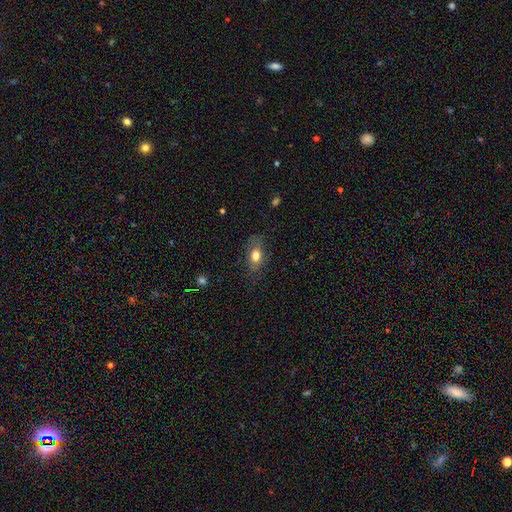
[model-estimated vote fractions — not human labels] smooth 73%, featured or disk 19%, star or artifact 8%. Down the decision tree: how rounded — in between (84%); merging — none (73%).